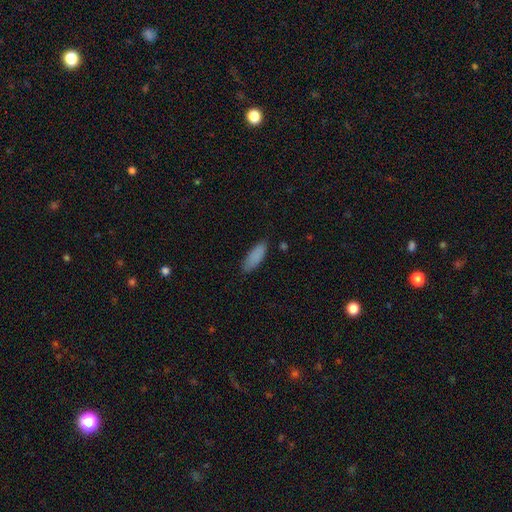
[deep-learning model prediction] smooth 87%, star or artifact 7%, featured or disk 6%. Down the decision tree: how rounded — in between (68%); merging — none (80%).